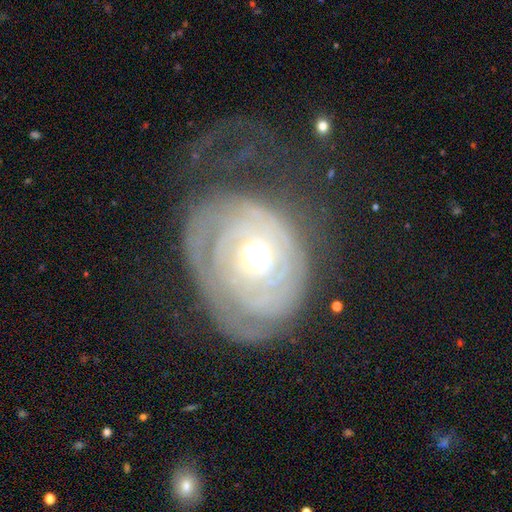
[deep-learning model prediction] The model was most divided on "merging": none: 44%, major disturbance: 32%, minor disturbance: 22%, merger: 2%. Remaining: edge-on disk — no (96%); spiral arms — yes (87%); smooth or featured — featured or disk (81%); bar — no (80%); spiral winding — tight (76%); bulge size — moderate (61%); spiral arm count — can't tell (48%).